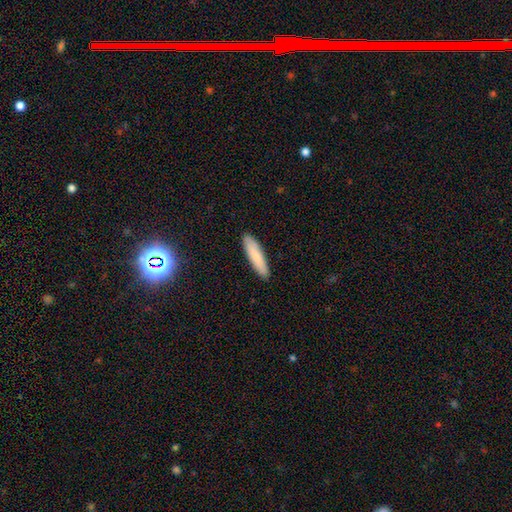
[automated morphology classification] The model was most divided on "how rounded": cigar-shaped: 80%, in between: 19%, round: 1%. More confident: merging — none (90%); smooth or featured — smooth (84%).